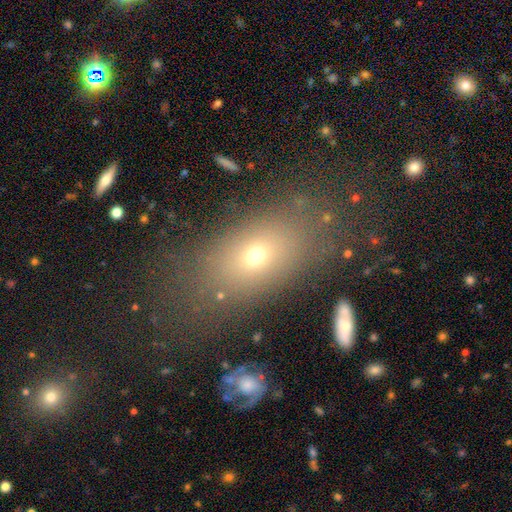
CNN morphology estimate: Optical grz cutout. It shows a smooth galaxy with no disk features (64%) that is in between round and cigar-shaped (77%). Merging: none (74%).